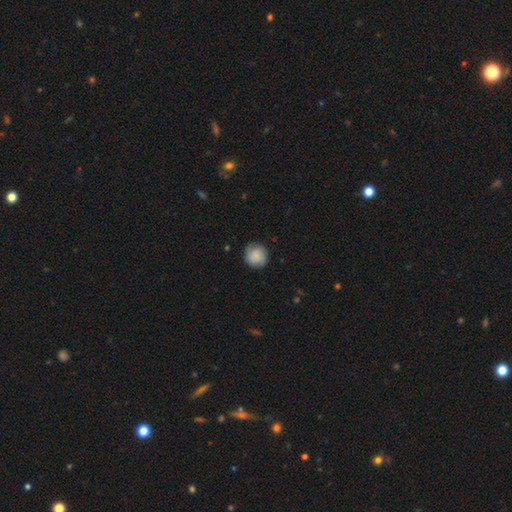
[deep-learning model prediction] Smooth or featured? Predicted: smooth (p=0.82). How rounded? Predicted: round (p=0.93). Merging? Predicted: none (p=0.84).